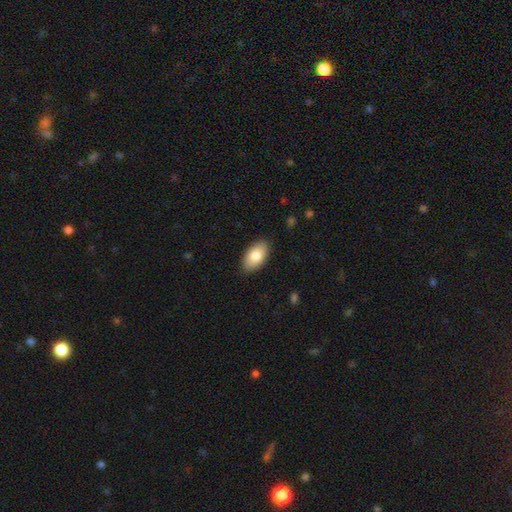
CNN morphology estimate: smooth-or-featured: smooth: 82% | featured or disk: 12% | star or artifact: 6%
  how-rounded: in between: 94% | round: 4% | cigar-shaped: 2%
  merging: none: 87% | minor disturbance: 10% | major disturbance: 2% | merger: 1%